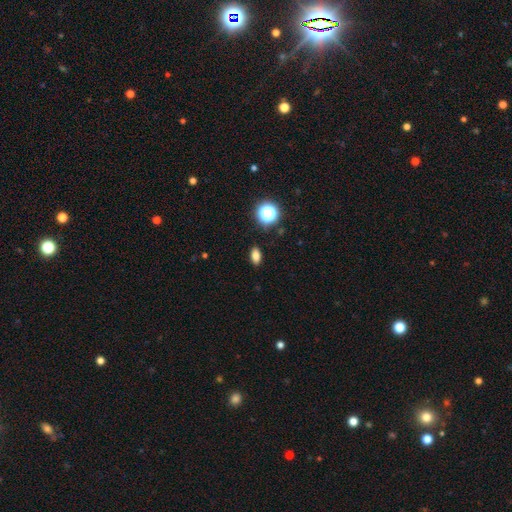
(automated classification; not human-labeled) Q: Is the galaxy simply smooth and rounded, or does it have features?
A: smooth — 79%.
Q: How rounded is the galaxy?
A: in between — 84%.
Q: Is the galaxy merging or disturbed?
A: none — 89%.